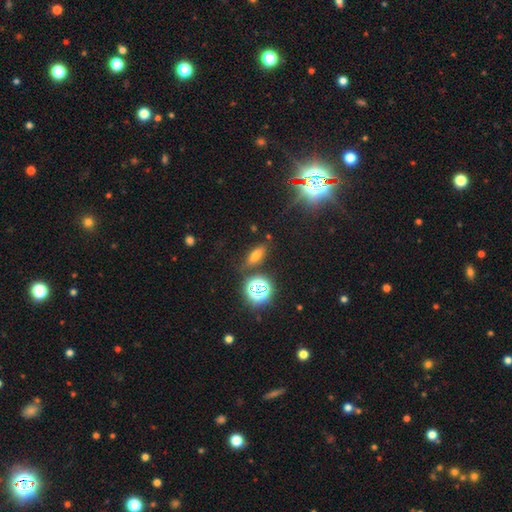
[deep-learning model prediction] smooth-or-featured: smooth: 61% | star or artifact: 27% | featured or disk: 12%
  how-rounded: in between: 70% | cigar-shaped: 20% | round: 11%
  merging: none: 81% | minor disturbance: 11% | merger: 5% | major disturbance: 4%